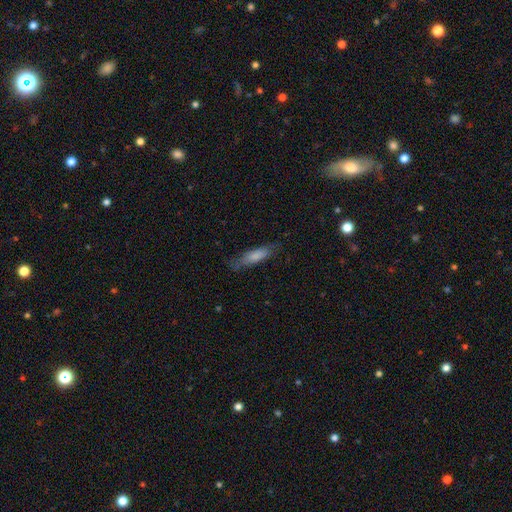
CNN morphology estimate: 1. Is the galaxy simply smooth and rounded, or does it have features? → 74% smooth, 19% featured or disk, 6% star or artifact.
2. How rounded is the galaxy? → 63% cigar-shaped, 35% in between, 2% round.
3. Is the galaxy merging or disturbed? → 71% none, 21% minor disturbance, 7% major disturbance, 1% merger.